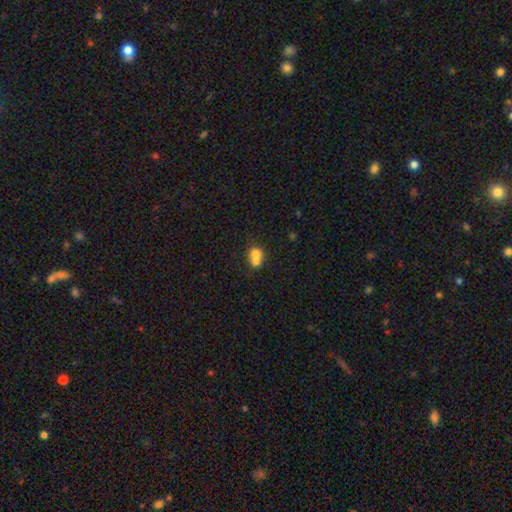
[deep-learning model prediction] This appears to be a smooth galaxy with no disk features (71%) that is round (63%). Merging: merger (64%).